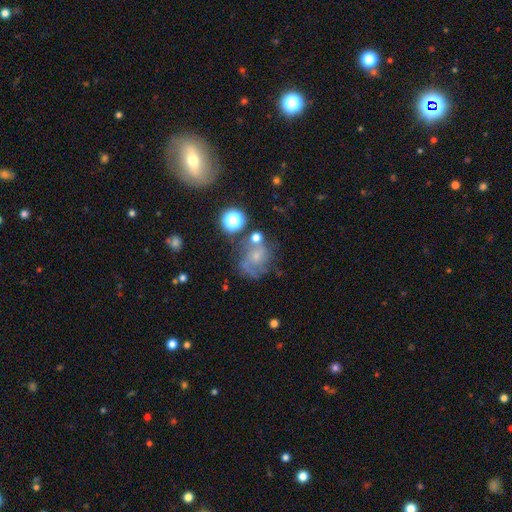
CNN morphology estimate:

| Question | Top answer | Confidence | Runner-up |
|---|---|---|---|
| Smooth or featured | featured or disk | 53% | smooth (29%) |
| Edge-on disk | no | 97% | yes (3%) |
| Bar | no | 68% | weak (27%) |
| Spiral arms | yes | 80% | no (20%) |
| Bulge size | small | 61% | moderate (24%) |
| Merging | none | 46% | minor disturbance (22%) |